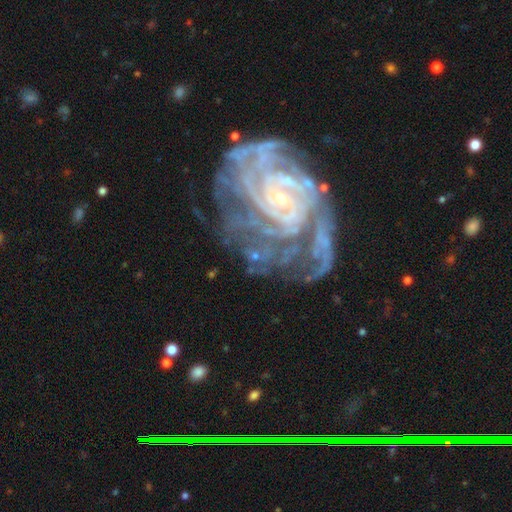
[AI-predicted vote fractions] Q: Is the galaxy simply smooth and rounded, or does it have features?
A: featured or disk — 89%.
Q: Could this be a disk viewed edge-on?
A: no — 97%.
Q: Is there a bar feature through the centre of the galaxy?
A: no — 58%.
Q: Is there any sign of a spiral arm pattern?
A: yes — 97%.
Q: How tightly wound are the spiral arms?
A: tight — 73%.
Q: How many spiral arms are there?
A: can't tell — 22%.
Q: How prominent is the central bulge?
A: small — 76%.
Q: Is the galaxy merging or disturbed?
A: none — 46%.